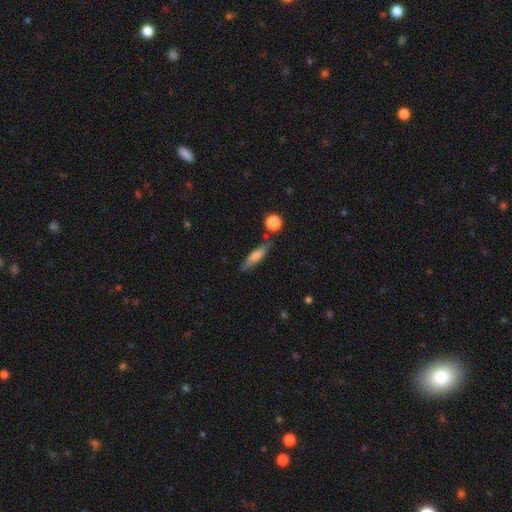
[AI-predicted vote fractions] A smooth galaxy with no disk features (61%) that is cigar-shaped (73%). Merging: none (76%).